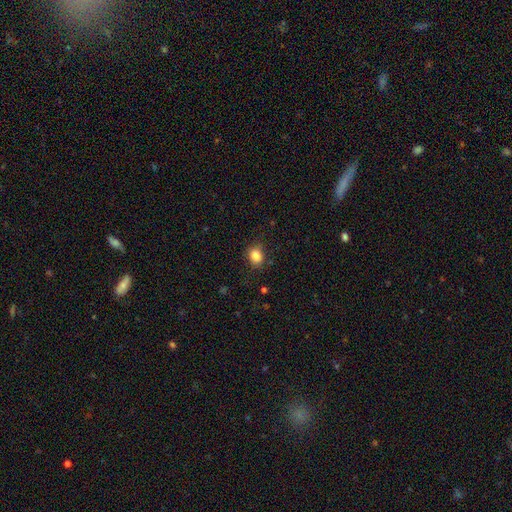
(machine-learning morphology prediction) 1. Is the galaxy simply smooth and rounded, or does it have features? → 85% smooth, 10% star or artifact, 5% featured or disk.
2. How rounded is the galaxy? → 57% round, 42% in between, 1% cigar-shaped.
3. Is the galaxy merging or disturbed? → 84% none, 12% minor disturbance, 3% major disturbance, 1% merger.